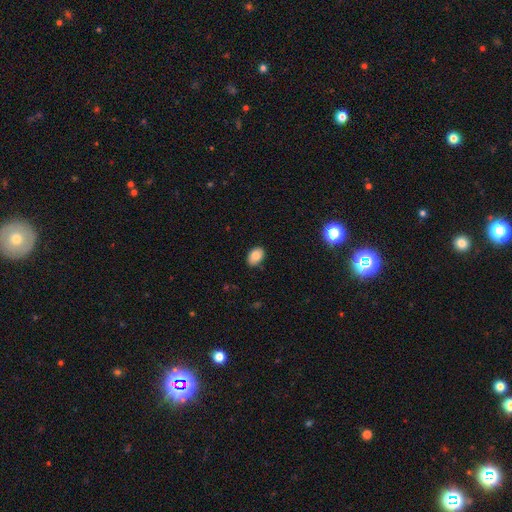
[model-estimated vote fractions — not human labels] A smooth galaxy with no disk features (83%) that is in between round and cigar-shaped (84%).

Vote fractions:
- Smooth or featured? smooth: 83% / star or artifact: 8% / featured or disk: 8%
- How rounded? in between: 84% / round: 15% / cigar-shaped: 1%
- Merging? none: 83% / minor disturbance: 13% / major disturbance: 2% / merger: 1%